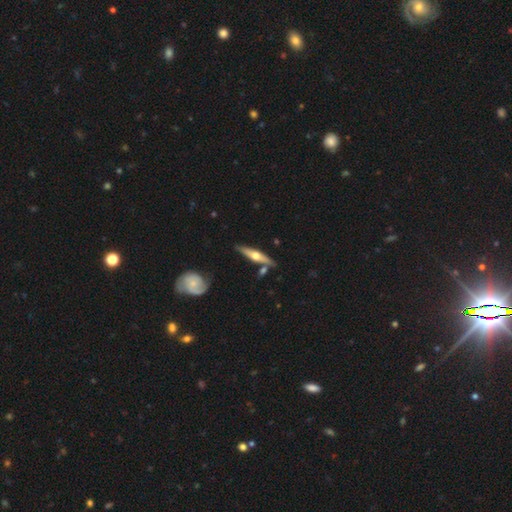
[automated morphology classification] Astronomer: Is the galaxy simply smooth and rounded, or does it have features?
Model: featured or disk — 64%.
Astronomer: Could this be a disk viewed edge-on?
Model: yes — 93%.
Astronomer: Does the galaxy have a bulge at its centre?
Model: rounded — 93%.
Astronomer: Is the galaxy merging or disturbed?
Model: none — 79%.